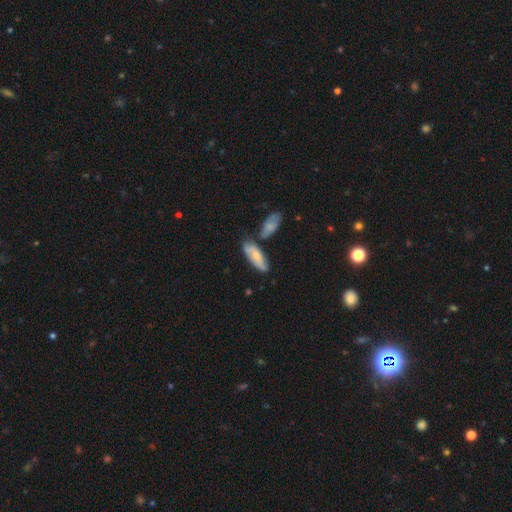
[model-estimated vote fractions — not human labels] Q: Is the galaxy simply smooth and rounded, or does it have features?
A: smooth — 69%.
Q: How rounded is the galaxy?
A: in between — 68%.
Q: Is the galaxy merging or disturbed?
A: none — 58%.